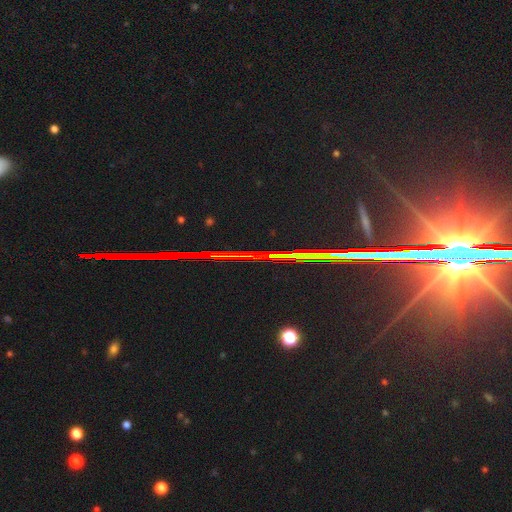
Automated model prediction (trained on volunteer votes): Q: Smooth or featured?
A: star or artifact (82%); runner-up: featured or disk (10%)